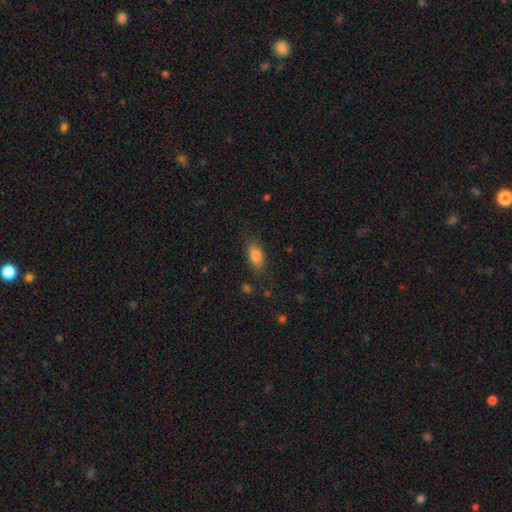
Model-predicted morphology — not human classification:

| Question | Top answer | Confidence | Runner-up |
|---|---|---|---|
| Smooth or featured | smooth | 83% | featured or disk (9%) |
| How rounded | in between | 87% | cigar-shaped (8%) |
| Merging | none | 76% | minor disturbance (17%) |